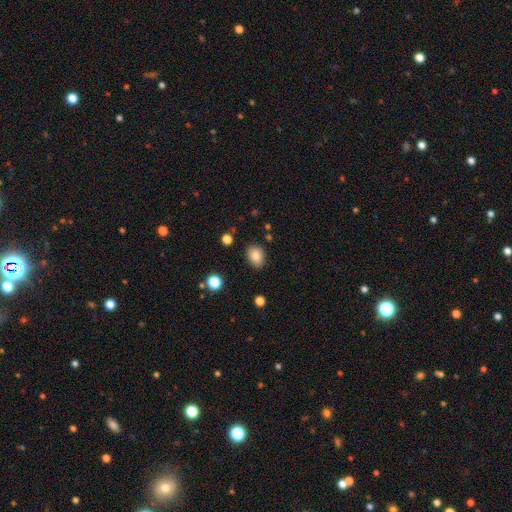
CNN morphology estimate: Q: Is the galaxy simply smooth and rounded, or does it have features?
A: smooth — 84%.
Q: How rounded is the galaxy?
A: in between — 65%.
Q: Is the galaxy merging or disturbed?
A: none — 85%.